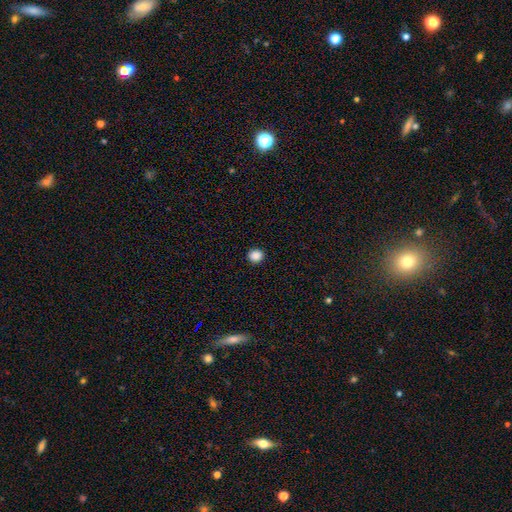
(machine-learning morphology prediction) Q: Smooth or featured?
A: smooth (88%); runner-up: star or artifact (10%)
Q: How rounded?
A: round (91%); runner-up: in between (8%)
Q: Merging?
A: none (93%); runner-up: minor disturbance (4%)